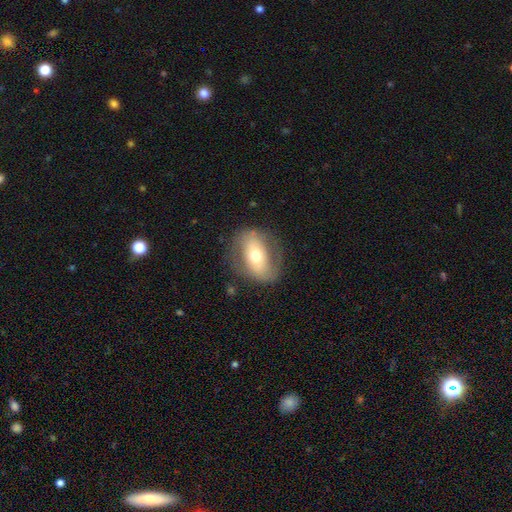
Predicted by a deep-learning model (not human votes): Overall: smooth (48%; featured or disk 44%). Merging: none (74%).